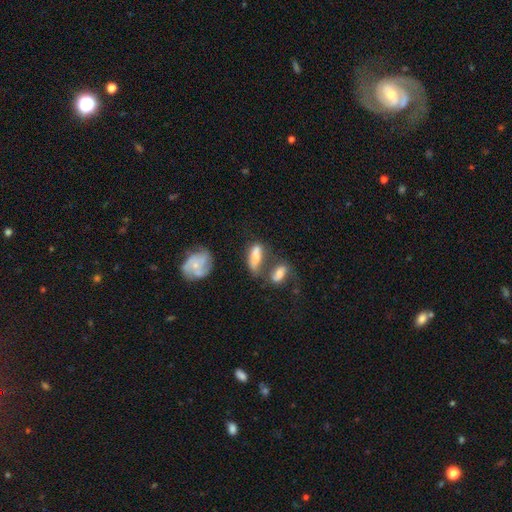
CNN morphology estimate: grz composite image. It shows a smooth galaxy with no disk features (65%) that is in between round and cigar-shaped (64%). Merging: merger (36%).